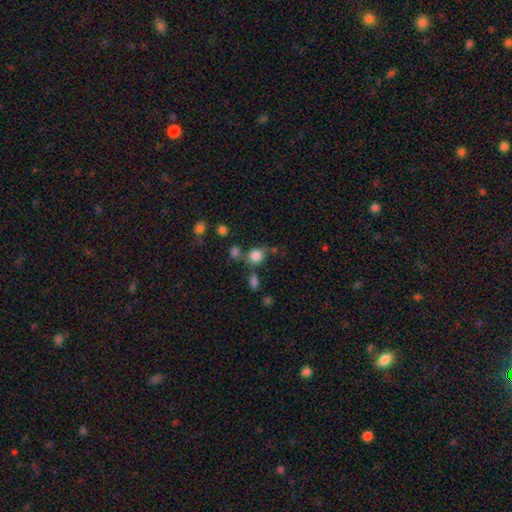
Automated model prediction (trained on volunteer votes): smooth-or-featured: smooth: 82% | star or artifact: 12% | featured or disk: 6%
  how-rounded: round: 80% | in between: 19% | cigar-shaped: 1%
  merging: none: 65% | merger: 17% | minor disturbance: 13% | major disturbance: 5%